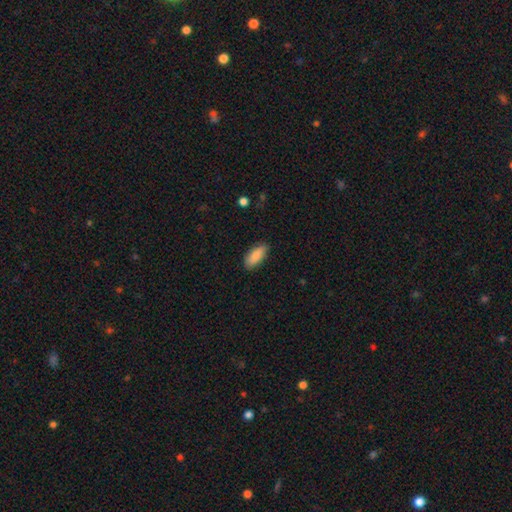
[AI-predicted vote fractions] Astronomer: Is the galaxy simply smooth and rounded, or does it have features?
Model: smooth — 88%.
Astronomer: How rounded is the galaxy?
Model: in between — 81%.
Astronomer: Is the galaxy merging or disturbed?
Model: none — 85%.